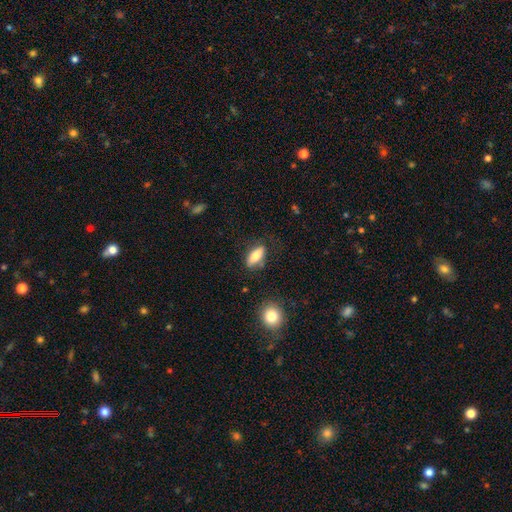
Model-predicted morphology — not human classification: smooth-or-featured: smooth: 74% | featured or disk: 19% | star or artifact: 7%
  how-rounded: in between: 74% | cigar-shaped: 23% | round: 3%
  merging: none: 72% | minor disturbance: 19% | major disturbance: 6% | merger: 3%